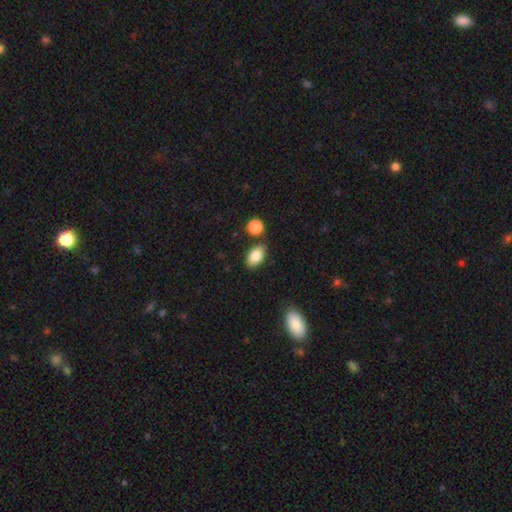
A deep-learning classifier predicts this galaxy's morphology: Smooth or featured: smooth — 85% (featured or disk — 8%)
How rounded: in between — 90% (round — 8%)
Merging: none — 76% (minor disturbance — 13%)